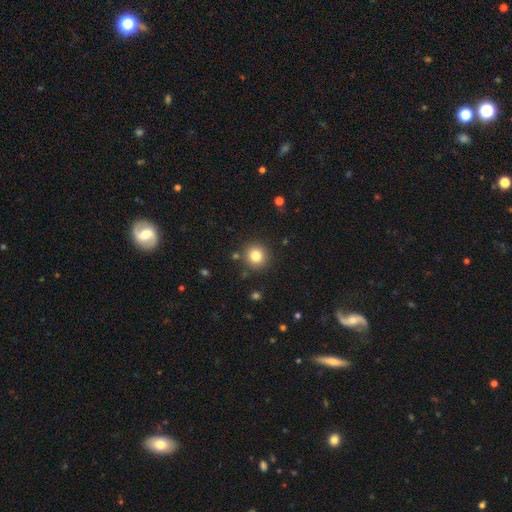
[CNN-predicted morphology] Smooth or featured: smooth — 81% (star or artifact — 12%)
How rounded: round — 93% (in between — 6%)
Merging: none — 88% (minor disturbance — 7%)